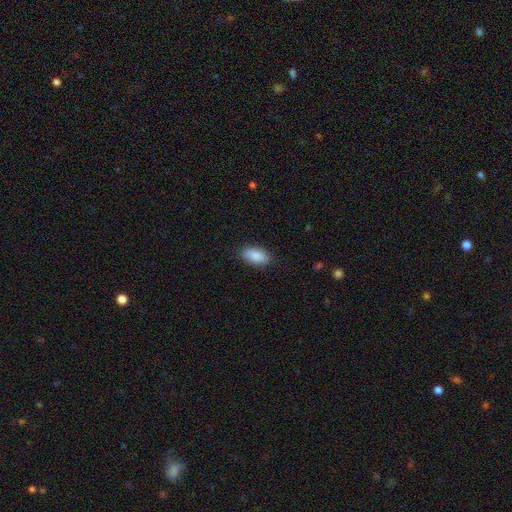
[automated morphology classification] type=smooth (89%); roundness=in between (93%); merging=none (87%).